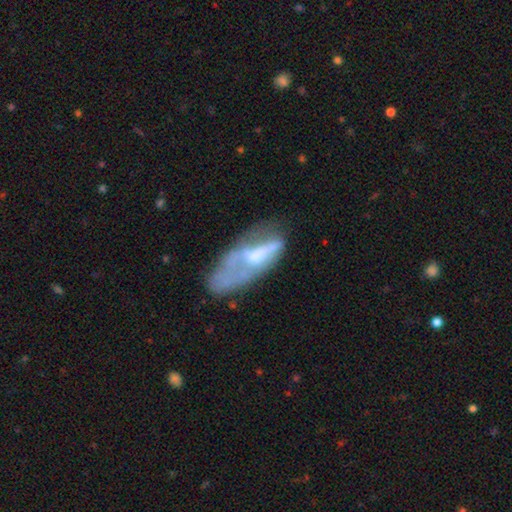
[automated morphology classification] A featured or disk galaxy (49%).

Vote fractions:
- Smooth or featured? featured or disk: 49% / smooth: 43% / star or artifact: 9%
- Merging? major disturbance: 35% / none: 29% / minor disturbance: 26% / merger: 11%